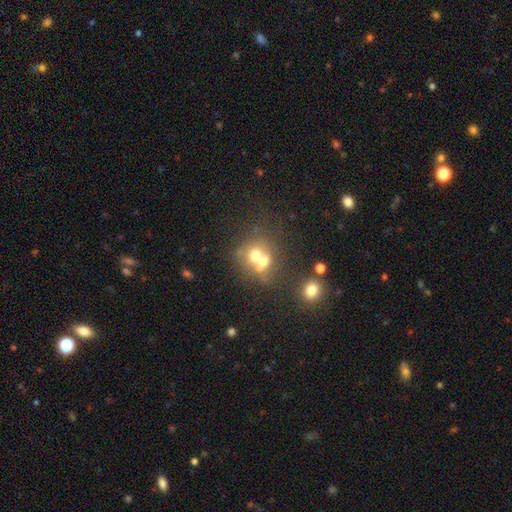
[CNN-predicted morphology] This appears to be a smooth galaxy with no disk features (58%) that is round (73%). Merging: merger (59%).